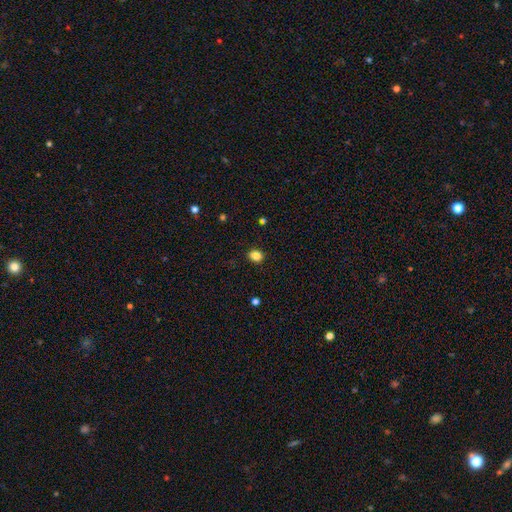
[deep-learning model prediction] Overall: smooth (84%). How rounded: round (58%; in between 41%). Merging: none (90%).